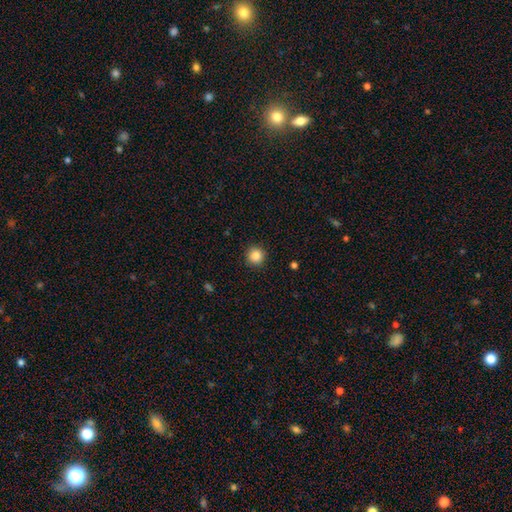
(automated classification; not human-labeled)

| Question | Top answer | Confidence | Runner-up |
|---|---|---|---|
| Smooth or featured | smooth | 85% | star or artifact (10%) |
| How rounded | round | 95% | in between (4%) |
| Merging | none | 92% | minor disturbance (5%) |